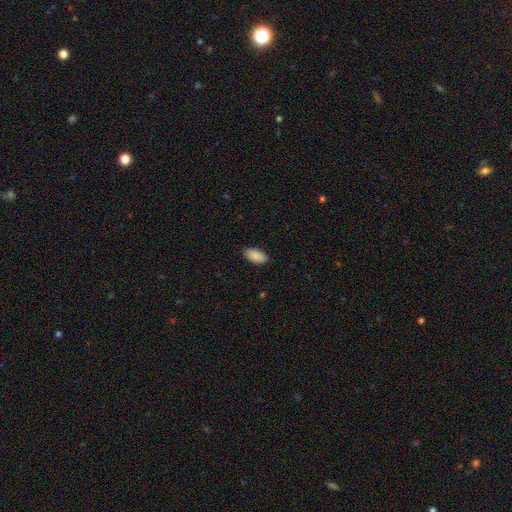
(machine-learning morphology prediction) smooth_or_featured: smooth (p=0.89) [alt: star or artifact p=0.06]
how_rounded: in between (p=0.95) [alt: cigar-shaped p=0.03]
merging: none (p=0.88) [alt: minor disturbance p=0.09]